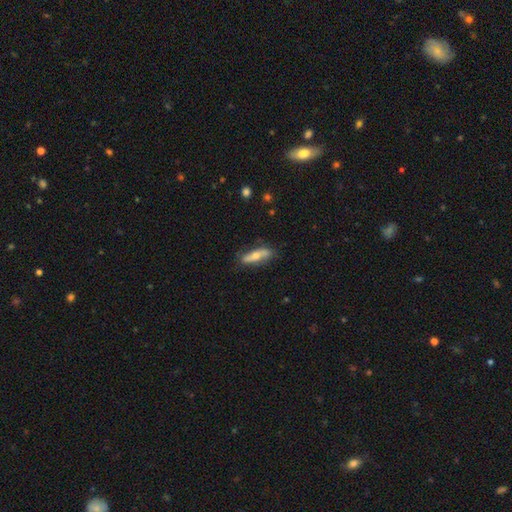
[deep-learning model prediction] Smooth or featured?
  - featured or disk: 50% *
  - smooth: 41%
  - star or artifact: 9%
Merging?
  - none: 79% *
  - minor disturbance: 16%
  - major disturbance: 4%
  - merger: 2%